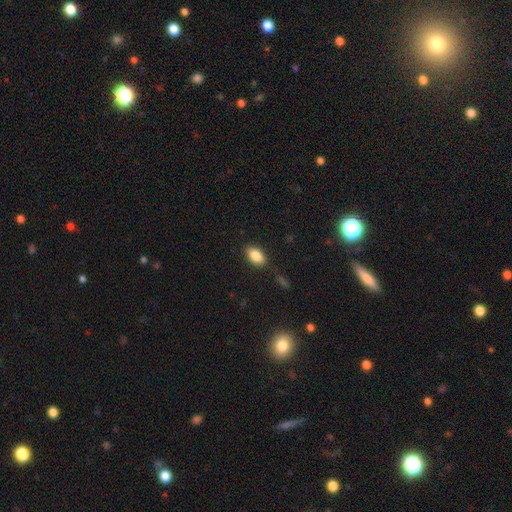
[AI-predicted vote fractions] Smooth or featured? Predicted: smooth (p=0.85). How rounded? Predicted: in between (p=0.91). Merging? Predicted: none (p=0.84).